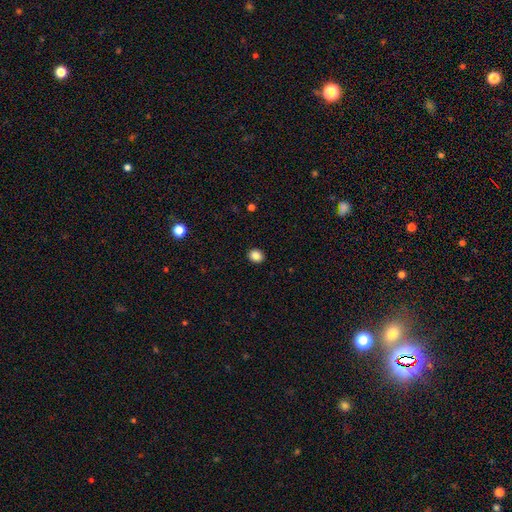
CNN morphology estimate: type=smooth (85%); roundness=round (67%); merging=none (92%).